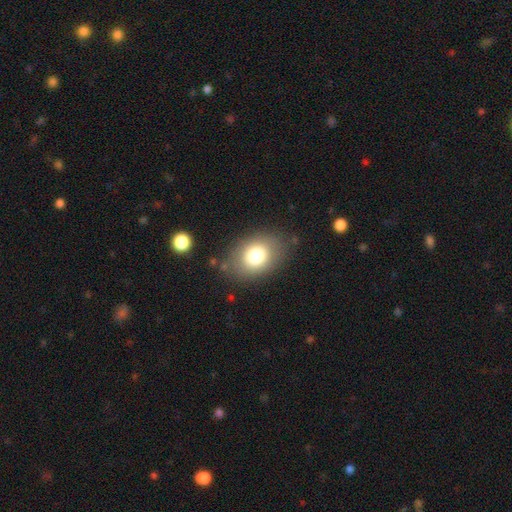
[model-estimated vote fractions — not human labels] A smooth galaxy with no disk features (76%) that is in between round and cigar-shaped (68%). Merging: none (78%).